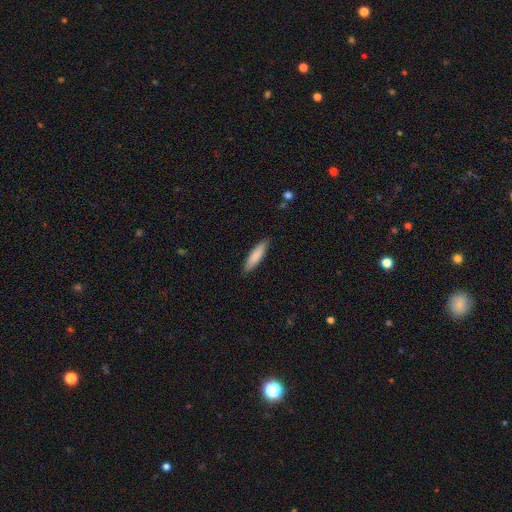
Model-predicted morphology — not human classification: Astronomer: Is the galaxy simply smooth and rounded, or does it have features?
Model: smooth — 85%.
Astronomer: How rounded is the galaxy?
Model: cigar-shaped — 71%.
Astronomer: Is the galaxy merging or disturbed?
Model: none — 87%.